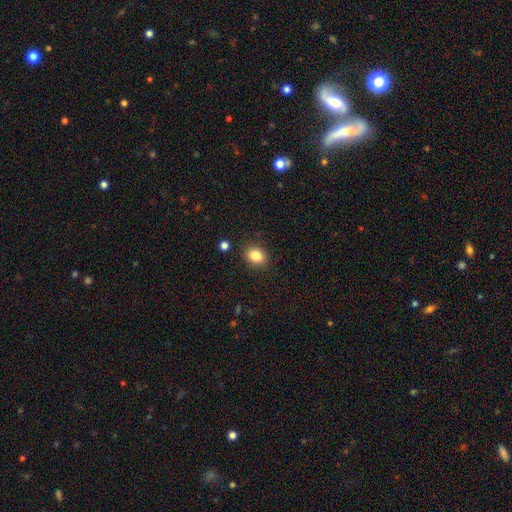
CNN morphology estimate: Smooth or featured: smooth — 84% (star or artifact — 10%)
How rounded: round — 51% (in between — 49%)
Merging: none — 88% (minor disturbance — 8%)